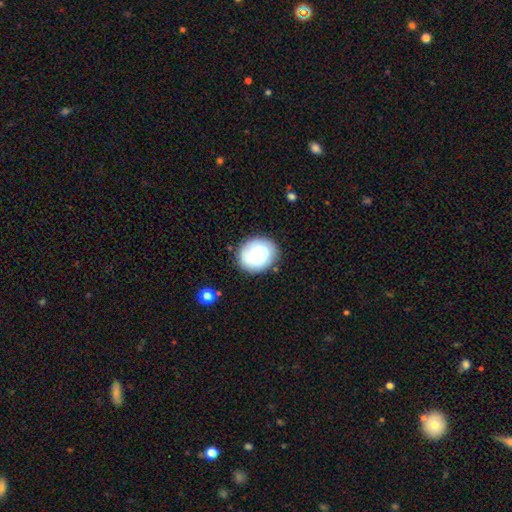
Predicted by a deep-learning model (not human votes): The model was most divided on "smooth or featured": smooth: 63%, featured or disk: 30%, star or artifact: 7%. More confident: merging — none (83%); how rounded — round (72%).